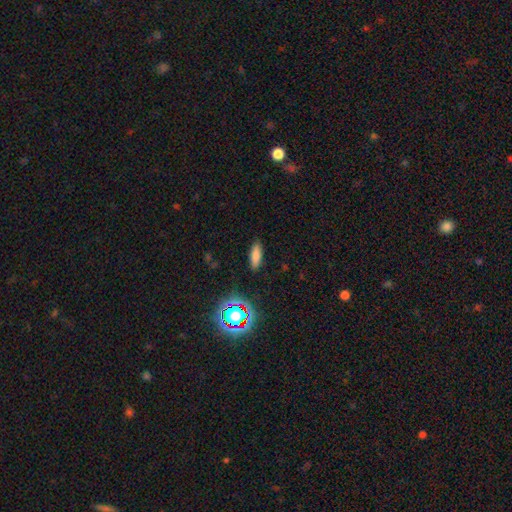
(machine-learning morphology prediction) The model was most divided on "how rounded": in between: 62%, cigar-shaped: 35%, round: 3%. More confident: merging — none (86%); smooth or featured — smooth (78%).